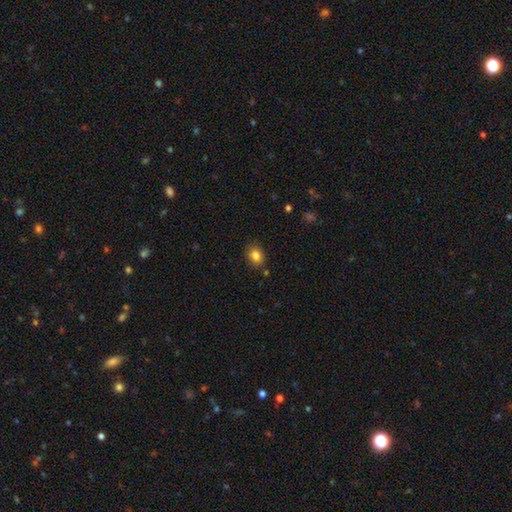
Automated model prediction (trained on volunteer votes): Q: Smooth or featured?
A: smooth (83%); runner-up: star or artifact (10%)
Q: How rounded?
A: in between (59%); runner-up: round (40%)
Q: Merging?
A: none (84%); runner-up: minor disturbance (11%)